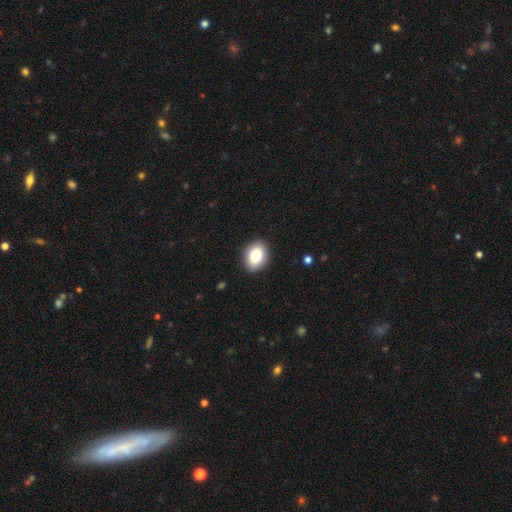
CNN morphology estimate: smooth 83%, featured or disk 9%, star or artifact 8%. Down the decision tree: how rounded — in between (68%); merging — none (90%).